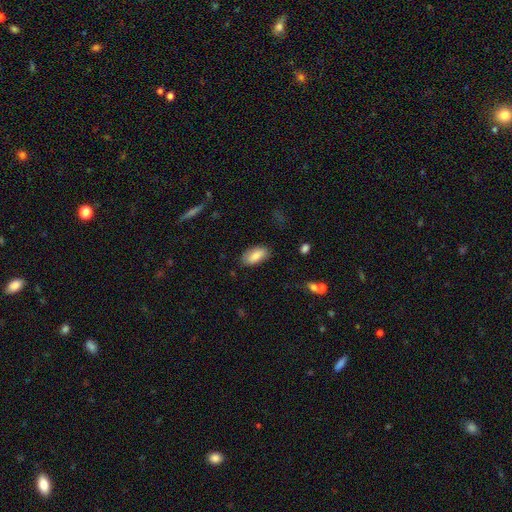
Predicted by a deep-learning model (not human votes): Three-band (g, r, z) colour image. It shows a smooth galaxy with no disk features (83%) that is in between round and cigar-shaped (89%). Merging: none (81%).